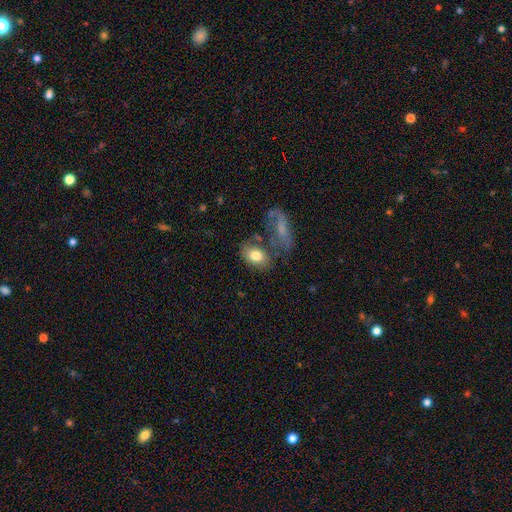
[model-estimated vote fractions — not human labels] Morphology: type=smooth (78%); roundness=in between (83%); merging=none (54%).